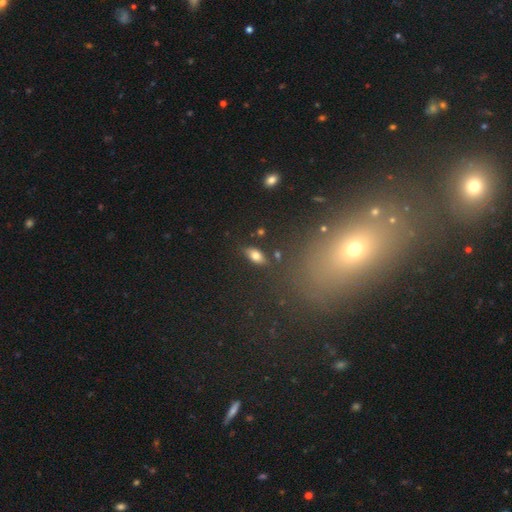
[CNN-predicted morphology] smooth-or-featured: smooth: 74% | featured or disk: 16% | star or artifact: 10%
  how-rounded: in between: 86% | cigar-shaped: 9% | round: 5%
  merging: none: 82% | minor disturbance: 11% | merger: 4% | major disturbance: 3%